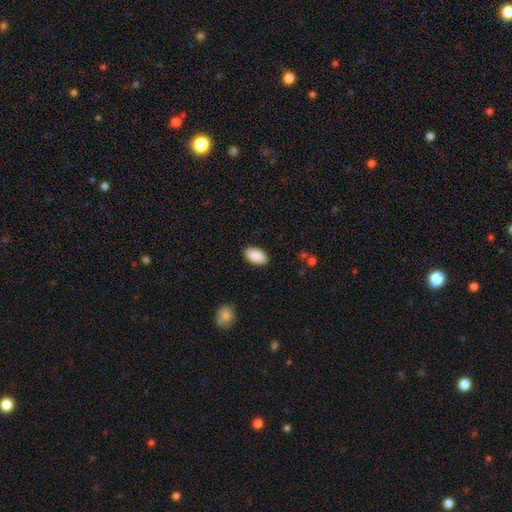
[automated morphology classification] Q: Smooth or featured?
A: smooth (91%); runner-up: star or artifact (6%)
Q: How rounded?
A: in between (95%); runner-up: round (3%)
Q: Merging?
A: none (88%); runner-up: minor disturbance (9%)